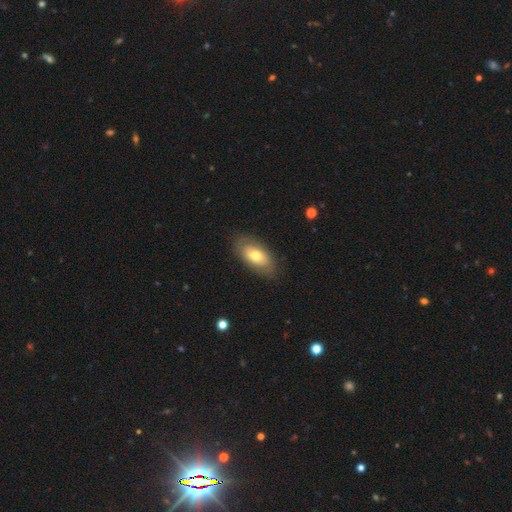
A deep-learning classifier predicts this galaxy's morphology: This is likely a smooth galaxy (63%). How rounded: clearly in between (91%). Merging: clearly none (82%).